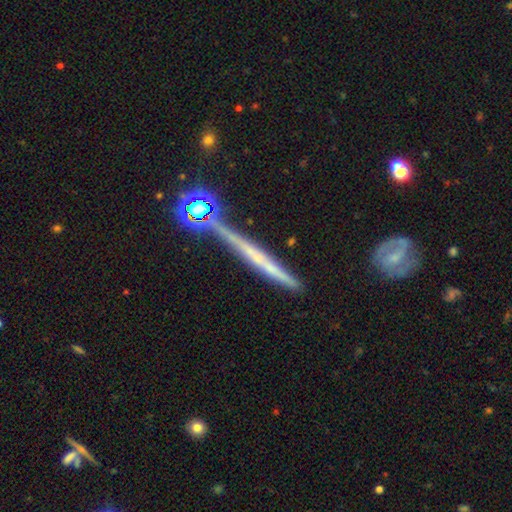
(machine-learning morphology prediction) smooth_or_featured: featured or disk (p=0.63) [alt: smooth p=0.26]
disk_edge_on: yes (p=0.96) [alt: no p=0.04]
edge_on_bulge: none (p=0.79) [alt: rounded p=0.16]
merging: none (p=0.81) [alt: minor disturbance p=0.11]